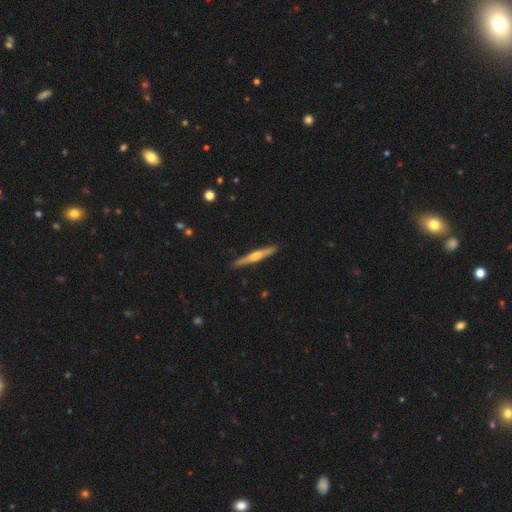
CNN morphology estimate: Smooth or featured?
  - featured or disk: 68% *
  - smooth: 27%
  - star or artifact: 5%
Edge-on disk?
  - yes: 98% *
  - no: 2%
Edge-on bulge?
  - rounded: 86% *
  - none: 8%
  - boxy: 6%
Merging?
  - none: 91% *
  - minor disturbance: 6%
  - major disturbance: 1%
  - merger: 1%